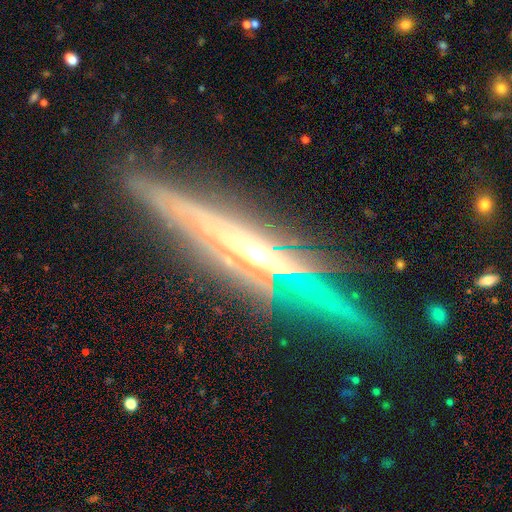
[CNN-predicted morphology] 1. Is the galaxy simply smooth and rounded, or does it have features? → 83% featured or disk, 9% smooth, 7% star or artifact.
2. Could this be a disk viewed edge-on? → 92% yes, 8% no.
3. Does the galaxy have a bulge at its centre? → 76% rounded, 15% none, 9% boxy.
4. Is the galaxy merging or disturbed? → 80% none, 14% minor disturbance, 4% major disturbance, 2% merger.